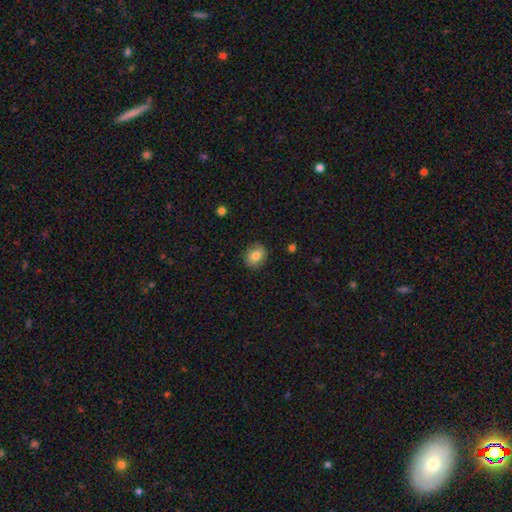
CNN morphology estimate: This is clearly a smooth galaxy (81%). How rounded: possibly in between (51%). Merging: clearly none (86%).